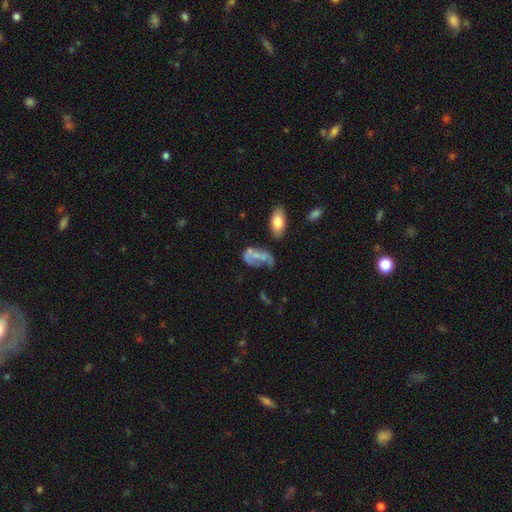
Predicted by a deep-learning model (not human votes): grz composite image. It shows a featured or disk galaxy (45%). Merging: major disturbance (32%).